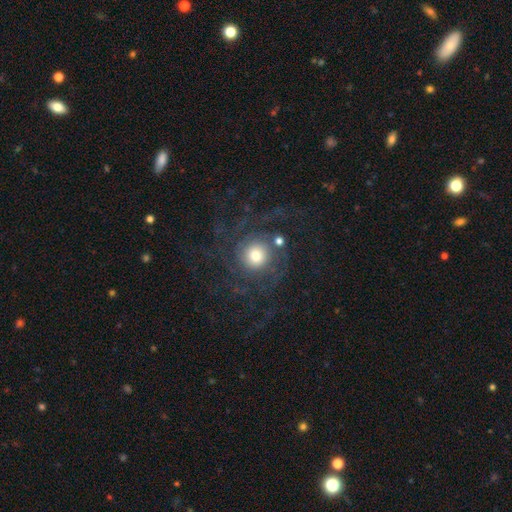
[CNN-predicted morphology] smooth-or-featured: featured or disk: 65% | smooth: 23% | star or artifact: 12%
  disk-edge-on: no: 97% | yes: 3%
    bar: no: 80% | weak: 16% | strong: 4%
    has-spiral-arms: yes: 90% | no: 10%
      spiral-winding: tight: 39% | medium: 36% | loose: 25%
      spiral-arm-count: can't tell: 27% | 2: 22% | 3: 20% | 4: 12% | 1: 10% | more than 4: 10%
    bulge-size: moderate: 51% | large: 27% | small: 15% | dominant: 5% | none: 2%
  merging: none: 65% | major disturbance: 19% | minor disturbance: 12% | merger: 4%